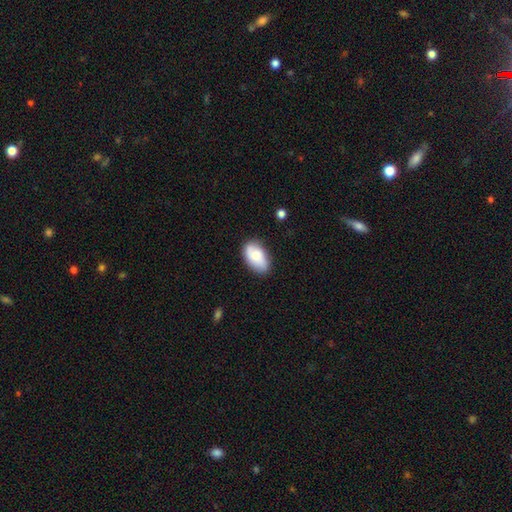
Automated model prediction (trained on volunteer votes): Smooth or featured: smooth — 70% (featured or disk — 23%)
How rounded: in between — 92% (round — 6%)
Merging: none — 75% (minor disturbance — 19%)